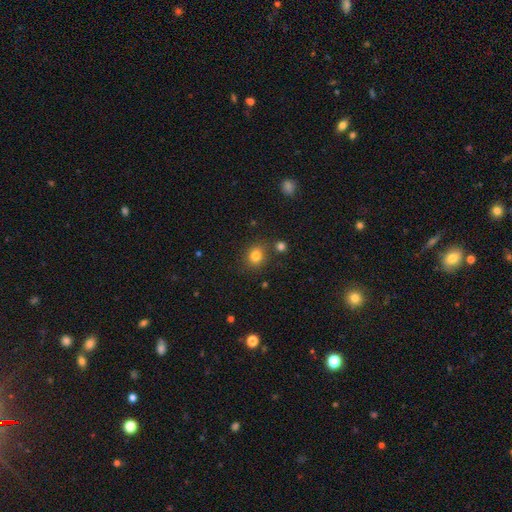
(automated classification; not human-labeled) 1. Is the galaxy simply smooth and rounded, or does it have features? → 80% smooth, 13% star or artifact, 7% featured or disk.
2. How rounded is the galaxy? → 70% round, 30% in between, 1% cigar-shaped.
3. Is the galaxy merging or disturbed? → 78% none, 11% minor disturbance, 8% merger, 4% major disturbance.